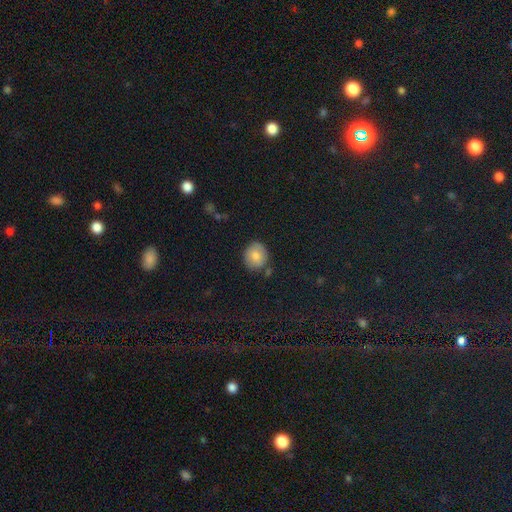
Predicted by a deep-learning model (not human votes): This appears to be a smooth galaxy with no disk features (80%) that is round (76%). Merging: none (79%).